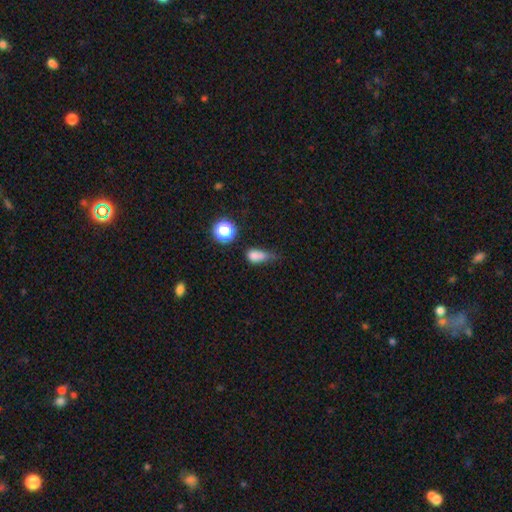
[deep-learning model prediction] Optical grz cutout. It shows a smooth galaxy with no disk features (75%) that is in between round and cigar-shaped (63%). Merging: minor disturbance (38%).